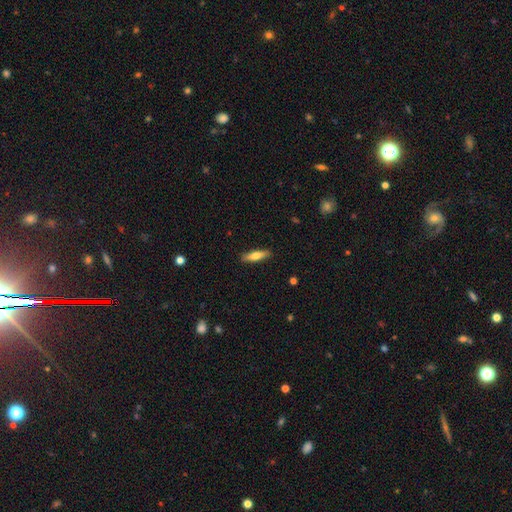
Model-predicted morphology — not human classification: smooth-or-featured: smooth: 67% | featured or disk: 27% | star or artifact: 6%
  how-rounded: cigar-shaped: 68% | in between: 30% | round: 2%
  merging: none: 89% | minor disturbance: 8% | major disturbance: 2% | merger: 1%